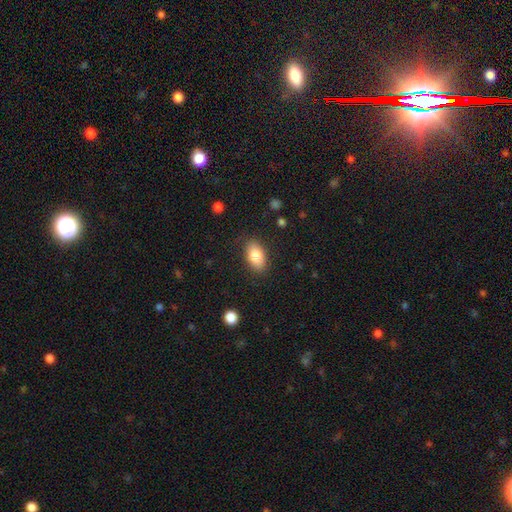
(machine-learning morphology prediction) Smooth or featured: smooth — 83% (featured or disk — 10%)
How rounded: in between — 91% (round — 6%)
Merging: none — 84% (minor disturbance — 11%)